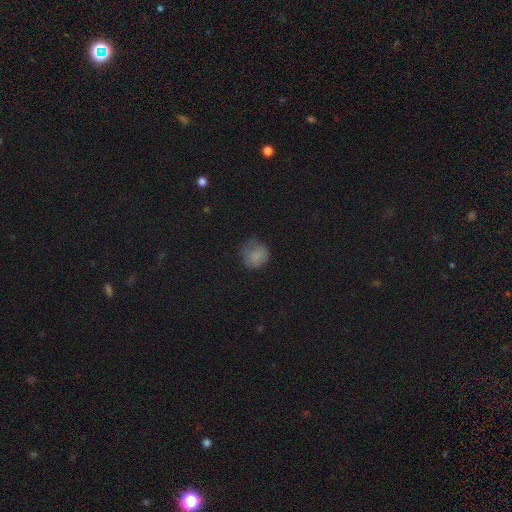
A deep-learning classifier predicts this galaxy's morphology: smooth-or-featured: smooth: 79% | star or artifact: 11% | featured or disk: 10%
  how-rounded: round: 83% | in between: 16% | cigar-shaped: 1%
  merging: none: 61% | minor disturbance: 27% | major disturbance: 11% | merger: 1%